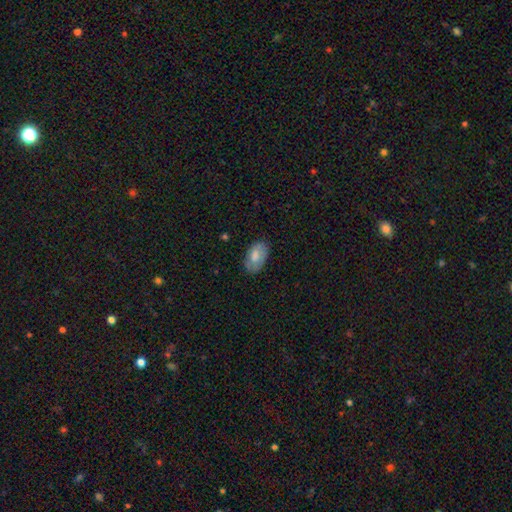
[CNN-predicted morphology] Smooth or featured? Predicted: smooth (p=0.75). How rounded? Predicted: in between (p=0.93). Merging? Predicted: none (p=0.71).